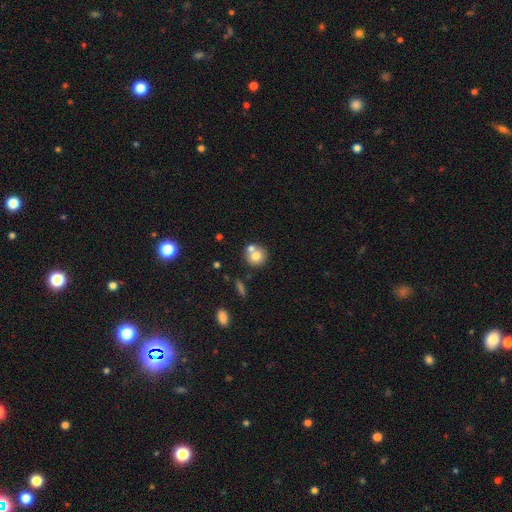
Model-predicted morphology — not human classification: smooth 72%, featured or disk 18%, star or artifact 10%. Down the decision tree: how rounded — round (87%); merging — none (54%).